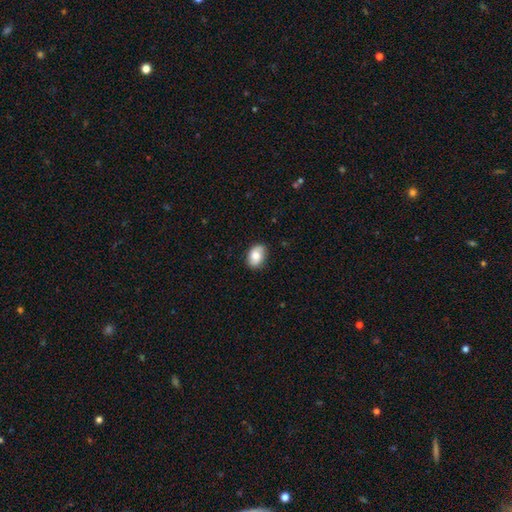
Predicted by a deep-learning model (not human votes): A smooth galaxy with no disk features (73%) that is in between round and cigar-shaped (81%).

Vote fractions:
- Smooth or featured? smooth: 73% / featured or disk: 20% / star or artifact: 8%
- How rounded? in between: 81% / round: 18% / cigar-shaped: 1%
- Merging? none: 80% / minor disturbance: 16% / major disturbance: 3% / merger: 1%